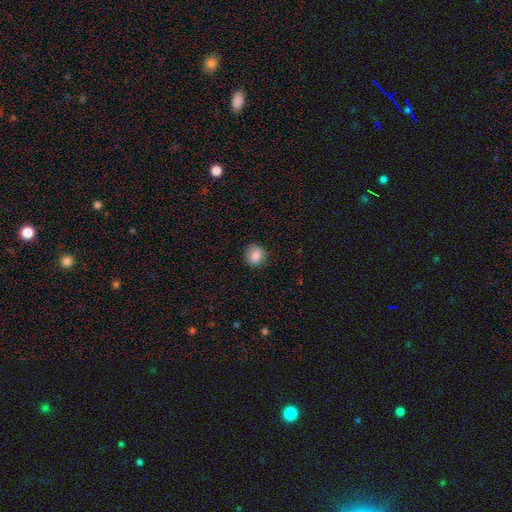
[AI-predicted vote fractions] A smooth galaxy with no disk features (85%) that is round (76%). Merging: none (80%).